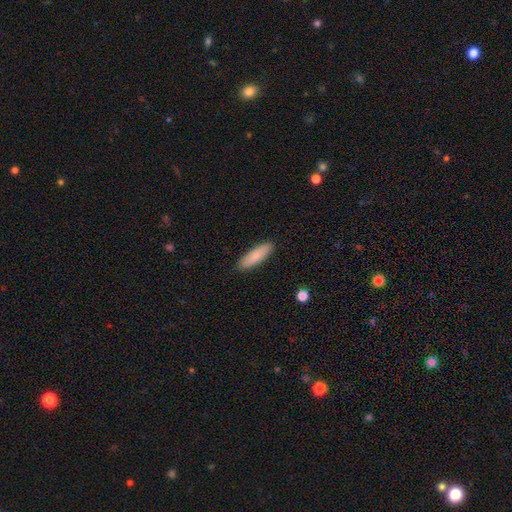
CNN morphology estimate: Smooth or featured? Predicted: smooth (p=0.83). How rounded? Predicted: cigar-shaped (p=0.53). Merging? Predicted: none (p=0.89).